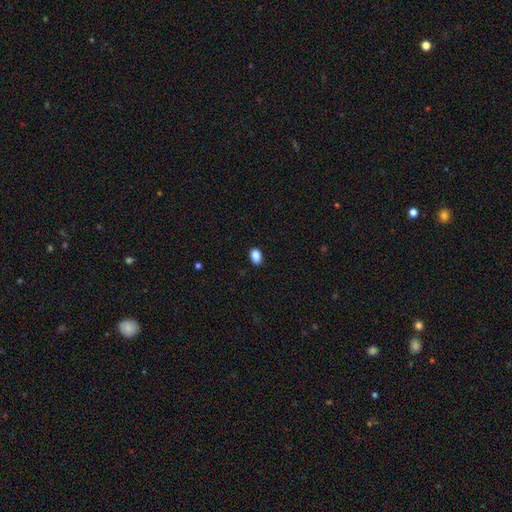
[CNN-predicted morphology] smooth-or-featured: smooth: 88% | star or artifact: 9% | featured or disk: 3%
  how-rounded: in between: 85% | round: 14% | cigar-shaped: 1%
  merging: none: 89% | minor disturbance: 8% | major disturbance: 2% | merger: 1%